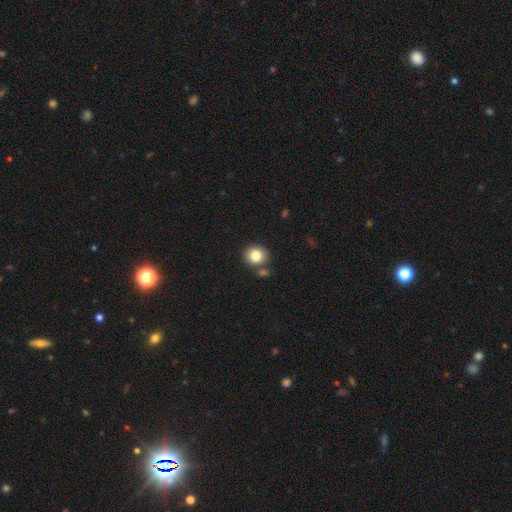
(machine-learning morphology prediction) This is clearly a smooth galaxy (82%). How rounded: clearly round (82%). Merging: likely none (76%).